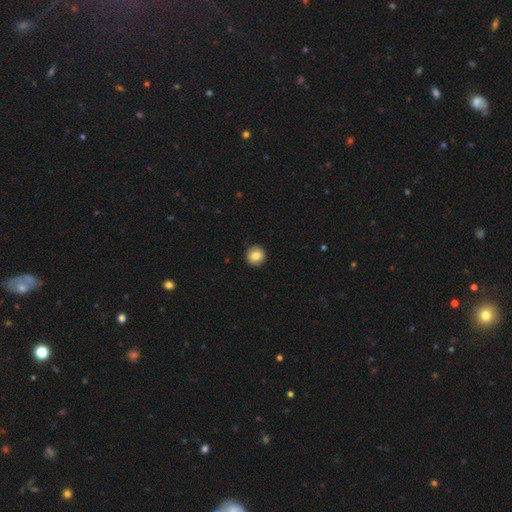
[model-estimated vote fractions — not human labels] Q: Smooth or featured?
A: smooth (84%); runner-up: star or artifact (8%)
Q: How rounded?
A: round (93%); runner-up: in between (6%)
Q: Merging?
A: none (91%); runner-up: minor disturbance (6%)